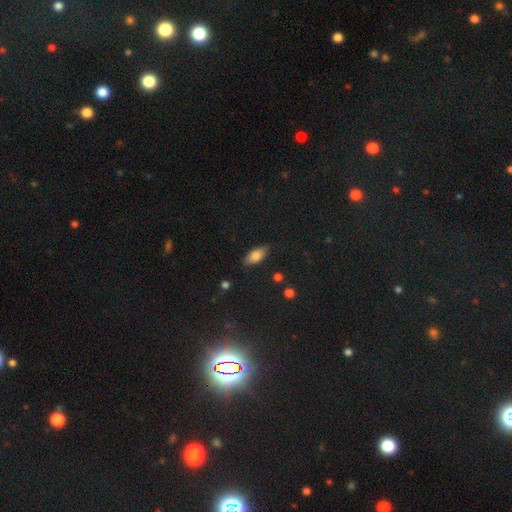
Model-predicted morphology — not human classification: This appears to be a smooth galaxy with no disk features (79%) that is in between round and cigar-shaped (85%). Merging: none (81%).